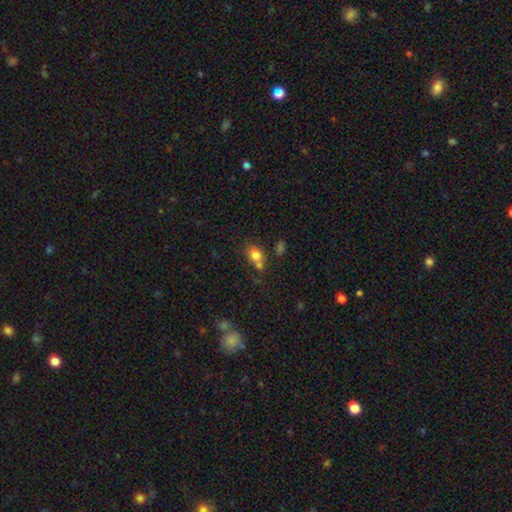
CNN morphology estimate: The model was most divided on "merging": none: 47%, merger: 32%, minor disturbance: 14%, major disturbance: 6%. More confident: smooth or featured — smooth (78%); how rounded — in between (57%).